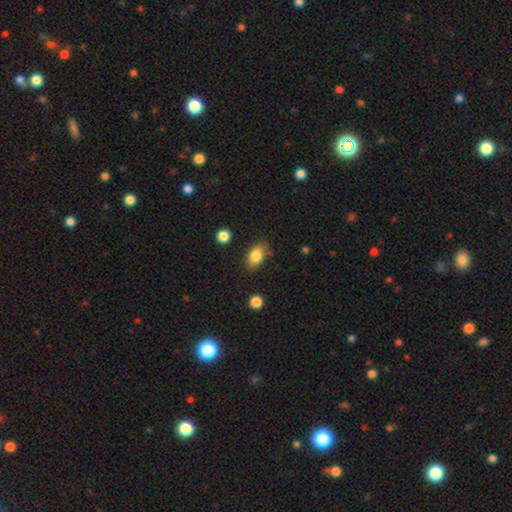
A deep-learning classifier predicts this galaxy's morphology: This appears to be a smooth galaxy with no disk features (83%) that is in between round and cigar-shaped (87%). Merging: none (77%).